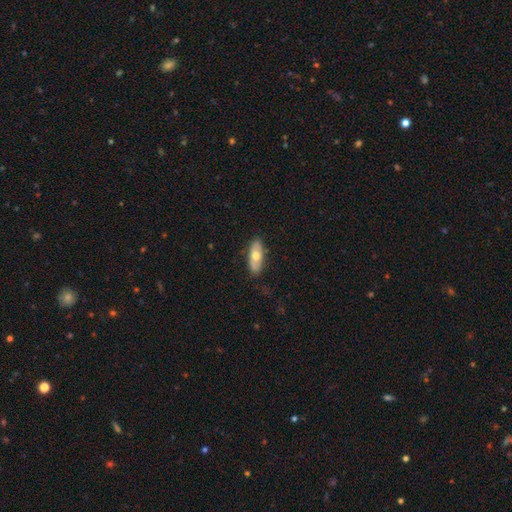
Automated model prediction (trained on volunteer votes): A smooth galaxy with no disk features (61%) that is in between round and cigar-shaped (78%).

Vote fractions:
- Smooth or featured? smooth: 61% / featured or disk: 33% / star or artifact: 6%
- How rounded? in between: 78% / cigar-shaped: 19% / round: 3%
- Merging? none: 83% / minor disturbance: 13% / major disturbance: 3% / merger: 1%